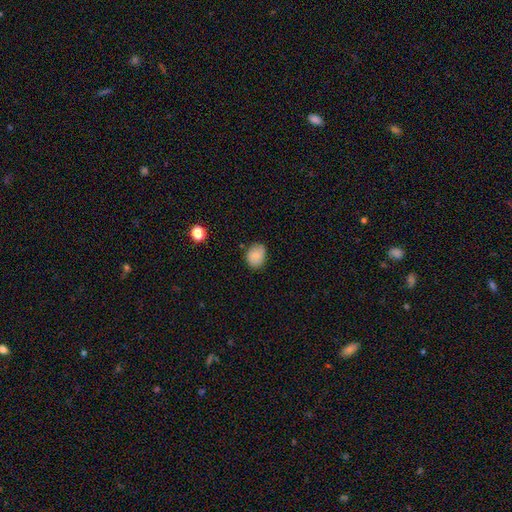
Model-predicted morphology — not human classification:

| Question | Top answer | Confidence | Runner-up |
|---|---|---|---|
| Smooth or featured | smooth | 75% | featured or disk (16%) |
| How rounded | in between | 51% | round (48%) |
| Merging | none | 75% | minor disturbance (19%) |